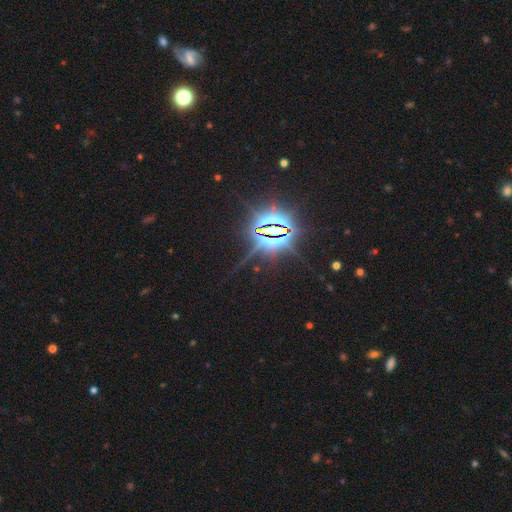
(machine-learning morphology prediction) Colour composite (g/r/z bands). It shows a star or artifact, not a galaxy (87%).